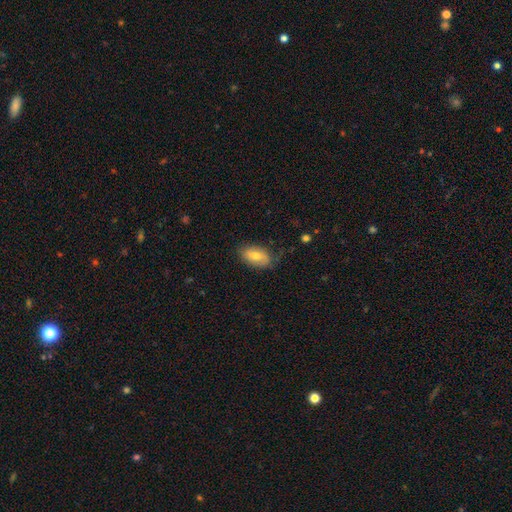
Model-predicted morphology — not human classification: Smooth or featured?
  - smooth: 69% *
  - featured or disk: 24%
  - star or artifact: 8%
How rounded?
  - in between: 92% *
  - round: 5%
  - cigar-shaped: 3%
Merging?
  - none: 73% *
  - minor disturbance: 21%
  - major disturbance: 5%
  - merger: 1%